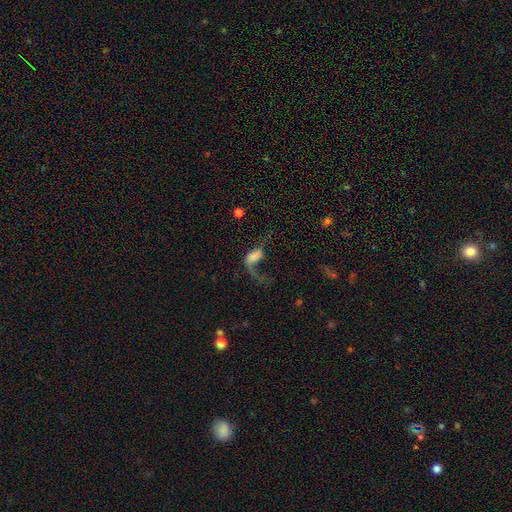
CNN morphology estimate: A featured or disk galaxy (48%).

Vote fractions:
- Smooth or featured? featured or disk: 48% / smooth: 41% / star or artifact: 11%
- Merging? major disturbance: 58% / none: 21% / minor disturbance: 13% / merger: 8%